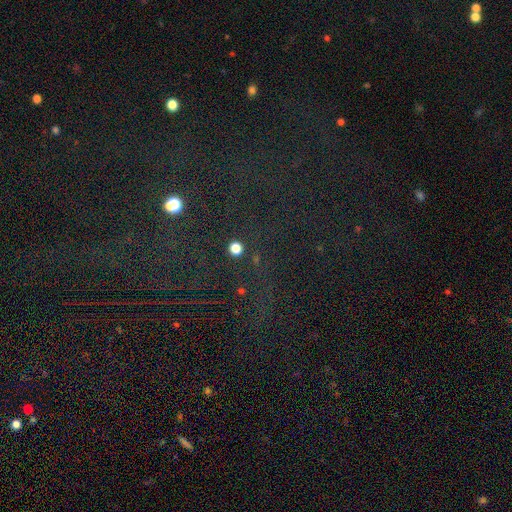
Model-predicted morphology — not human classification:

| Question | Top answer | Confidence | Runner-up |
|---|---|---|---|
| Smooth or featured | star or artifact | 78% | smooth (13%) |